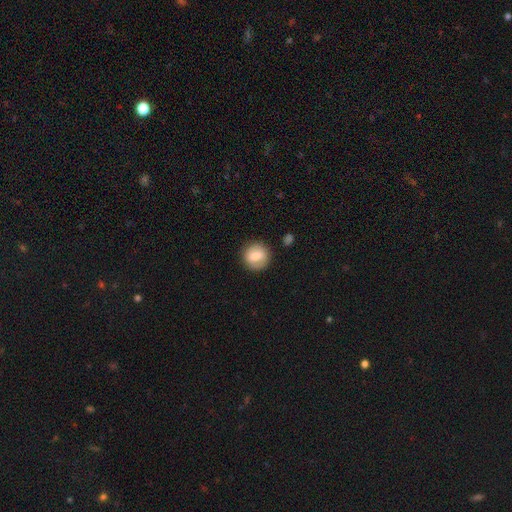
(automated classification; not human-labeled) Smooth or featured? smooth (69%)
How rounded? round (87%)
Merging? none (85%)